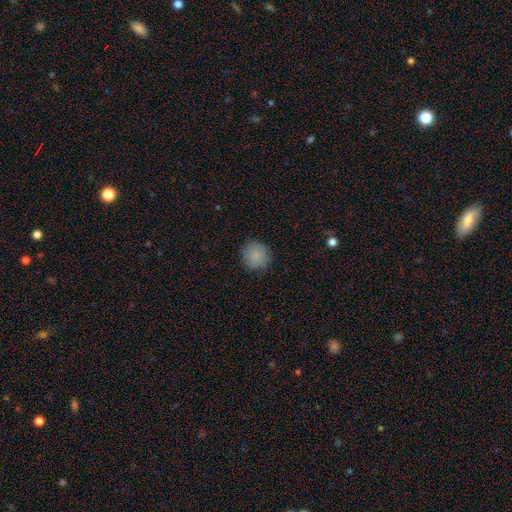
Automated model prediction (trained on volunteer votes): A smooth galaxy with no disk features (87%) that is round (90%).

Vote fractions:
- Smooth or featured? smooth: 87% / star or artifact: 8% / featured or disk: 6%
- How rounded? round: 90% / in between: 9% / cigar-shaped: 1%
- Merging? none: 85% / minor disturbance: 11% / major disturbance: 3% / merger: 1%